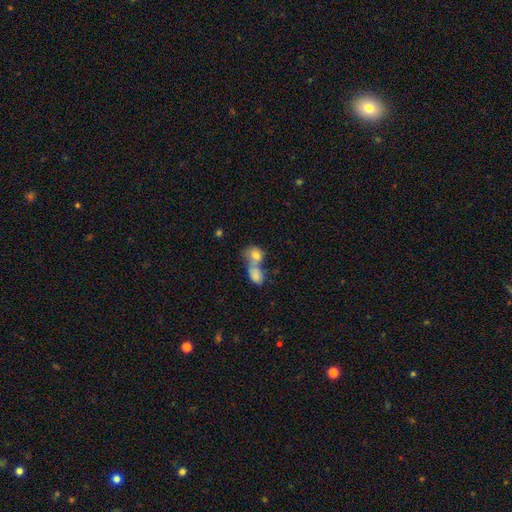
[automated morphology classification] This is possibly a smooth galaxy (57%). How rounded: possibly in between (49%). Merging: likely merger (61%).